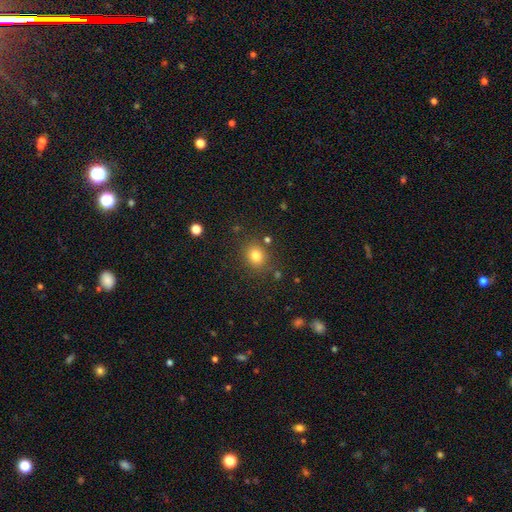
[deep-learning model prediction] Smooth or featured? Predicted: smooth (p=0.79). How rounded? Predicted: round (p=0.73). Merging? Predicted: none (p=0.82).